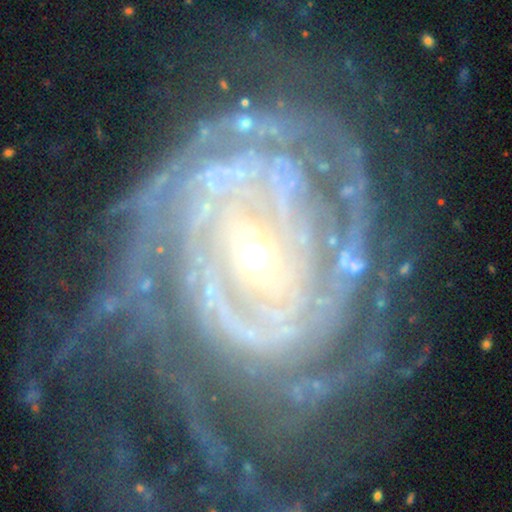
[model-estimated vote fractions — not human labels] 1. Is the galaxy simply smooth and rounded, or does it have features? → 91% featured or disk, 5% star or artifact, 4% smooth.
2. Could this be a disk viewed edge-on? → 97% no, 3% yes.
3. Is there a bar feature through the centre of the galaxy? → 44% no, 35% weak, 21% strong.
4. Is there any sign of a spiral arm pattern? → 96% yes, 4% no.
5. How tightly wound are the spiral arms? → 69% tight, 24% medium, 8% loose.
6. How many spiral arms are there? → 32% 2, 22% can't tell, 15% 3, 12% 4, 10% more than 4, 9% 1.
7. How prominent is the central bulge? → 66% small, 30% moderate, 2% large, 1% none, 1% dominant.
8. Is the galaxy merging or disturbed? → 64% none, 18% minor disturbance, 15% major disturbance, 3% merger.